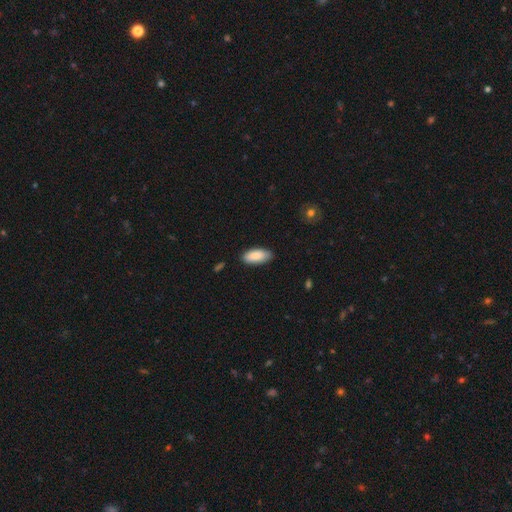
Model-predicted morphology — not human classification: smooth-or-featured: smooth: 88% | featured or disk: 6% | star or artifact: 6%
  how-rounded: in between: 88% | cigar-shaped: 11% | round: 2%
  merging: none: 84% | minor disturbance: 13% | major disturbance: 2% | merger: 1%